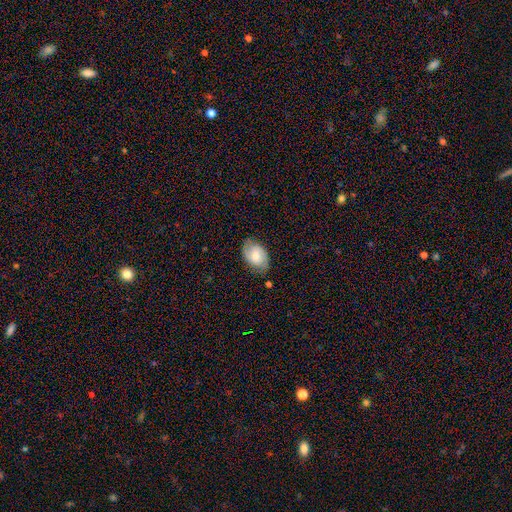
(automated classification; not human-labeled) Smooth or featured?
  - smooth: 51% *
  - featured or disk: 42%
  - star or artifact: 7%
How rounded?
  - in between: 85% *
  - round: 14%
  - cigar-shaped: 1%
Merging?
  - none: 74% *
  - minor disturbance: 19%
  - major disturbance: 5%
  - merger: 2%